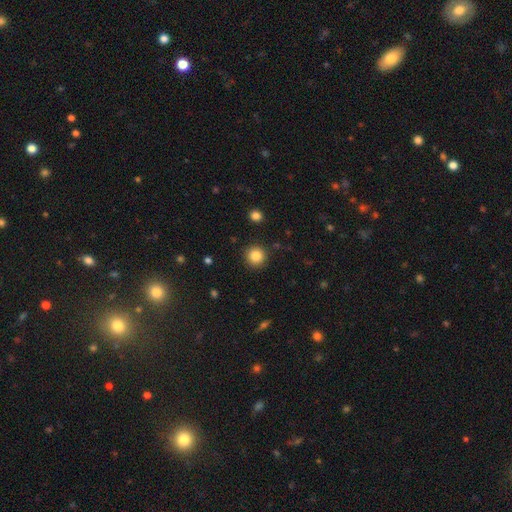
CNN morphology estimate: smooth 85%, star or artifact 10%, featured or disk 4%. Down the decision tree: how rounded — round (94%); merging — none (91%).